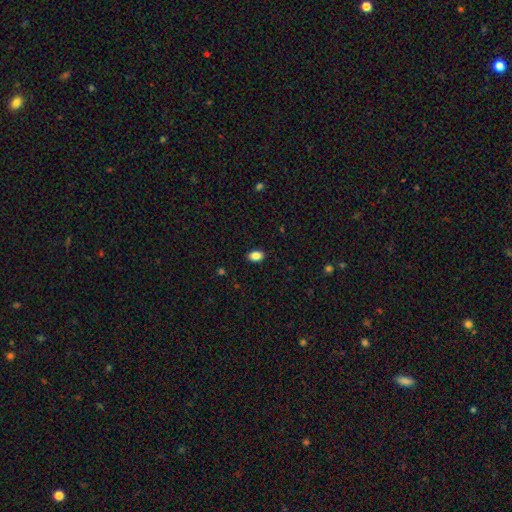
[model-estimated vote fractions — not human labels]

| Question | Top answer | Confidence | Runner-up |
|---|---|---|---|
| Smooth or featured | smooth | 87% | star or artifact (9%) |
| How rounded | in between | 86% | round (12%) |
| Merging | none | 89% | minor disturbance (8%) |